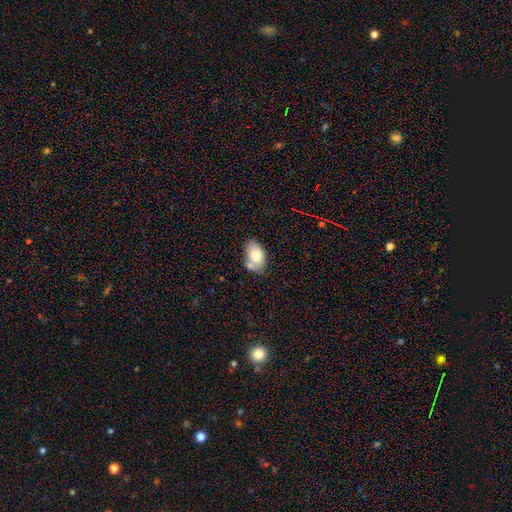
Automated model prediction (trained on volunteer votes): This is likely a smooth galaxy (77%). How rounded: clearly in between (90%). Merging: possibly none (51%).